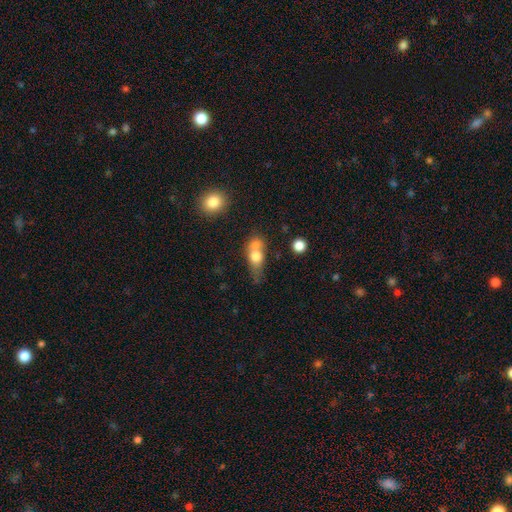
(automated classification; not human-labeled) smooth-or-featured: smooth: 70% | featured or disk: 20% | star or artifact: 9%
  how-rounded: in between: 49% | round: 42% | cigar-shaped: 9%
  merging: merger: 57% | none: 24% | minor disturbance: 12% | major disturbance: 7%